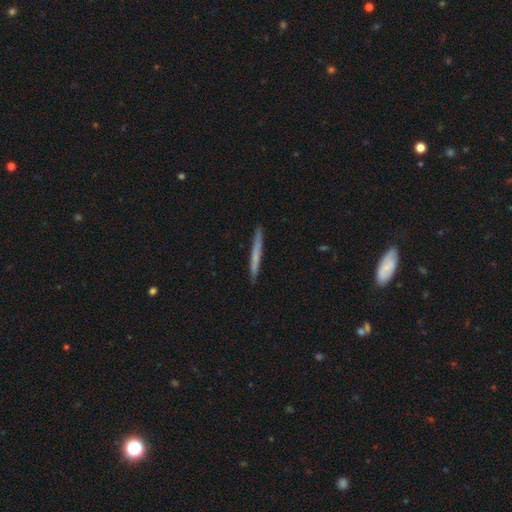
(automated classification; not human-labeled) The model was most divided on "smooth or featured": smooth: 56%, featured or disk: 39%, star or artifact: 6%. More confident: how rounded — cigar-shaped (97%); merging — none (91%).